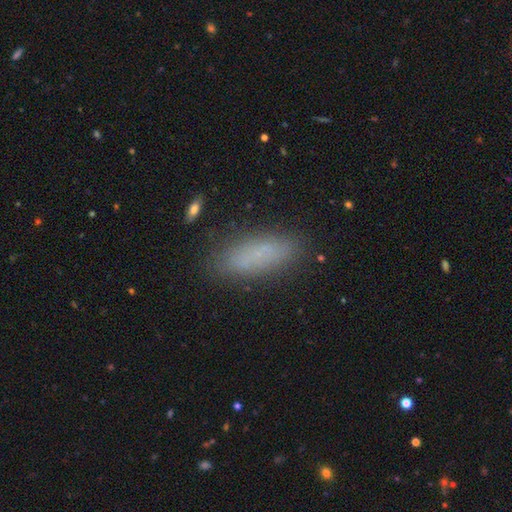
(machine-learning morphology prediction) Smooth or featured? Predicted: smooth (p=0.78). How rounded? Predicted: in between (p=0.53). Merging? Predicted: none (p=0.84).